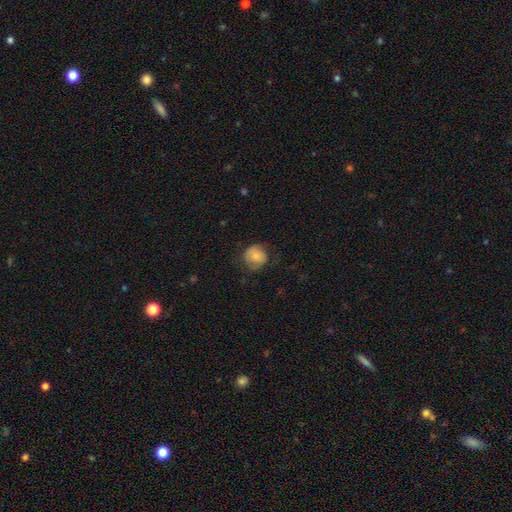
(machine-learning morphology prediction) A smooth galaxy with no disk features (75%) that is round (81%).

Vote fractions:
- Smooth or featured? smooth: 75% / featured or disk: 17% / star or artifact: 8%
- How rounded? round: 81% / in between: 18% / cigar-shaped: 1%
- Merging? none: 67% / minor disturbance: 22% / major disturbance: 10% / merger: 1%